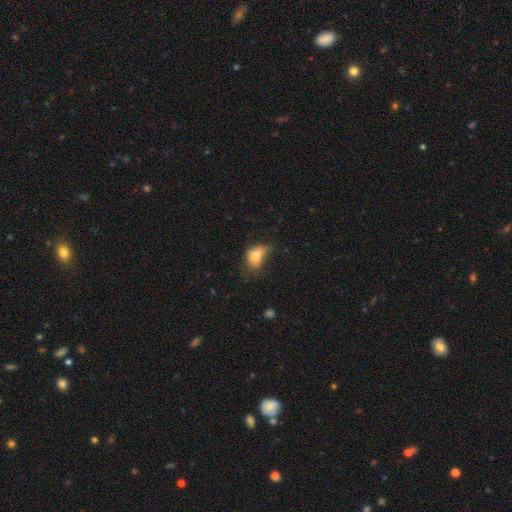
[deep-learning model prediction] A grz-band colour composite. It shows a smooth galaxy with no disk features (76%) that is in between round and cigar-shaped (81%). Merging: minor disturbance (38%).